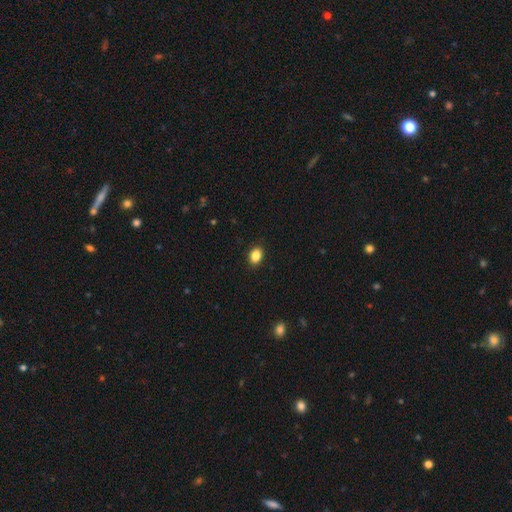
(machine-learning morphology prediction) smooth 87%, star or artifact 9%, featured or disk 4%. Down the decision tree: how rounded — in between (72%); merging — none (90%).